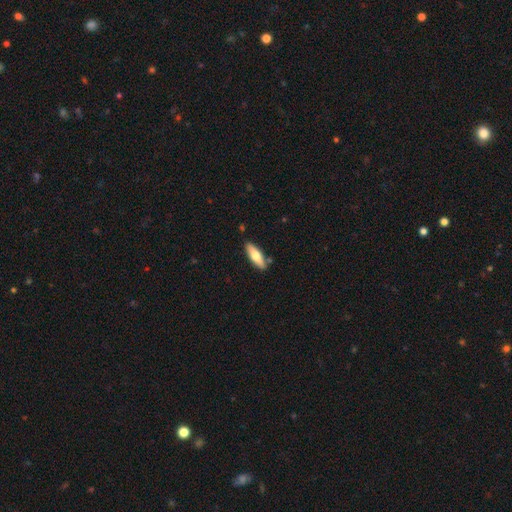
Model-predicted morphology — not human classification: type=smooth (67%); roundness=in between (52%); merging=none (84%).